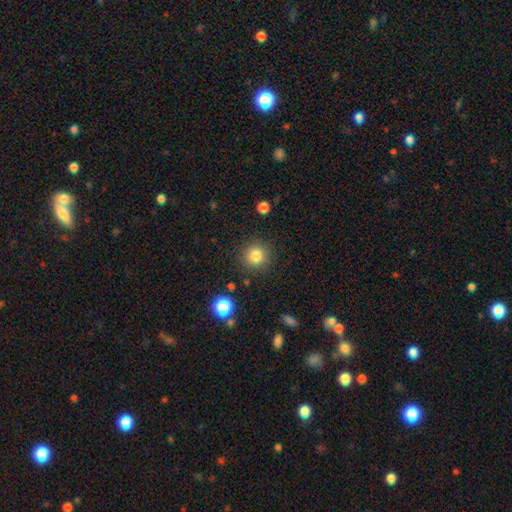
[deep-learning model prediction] Morphology: type=smooth (82%); roundness=round (94%); merging=none (89%).